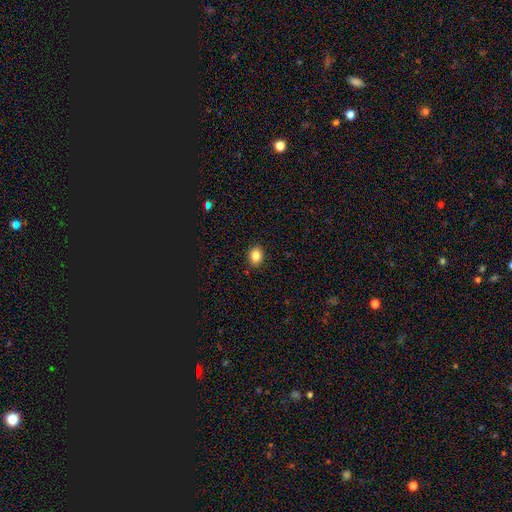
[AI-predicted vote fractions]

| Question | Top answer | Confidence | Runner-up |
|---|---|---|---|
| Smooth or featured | smooth | 86% | star or artifact (10%) |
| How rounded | in between | 50% | round (49%) |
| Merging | none | 90% | minor disturbance (7%) |